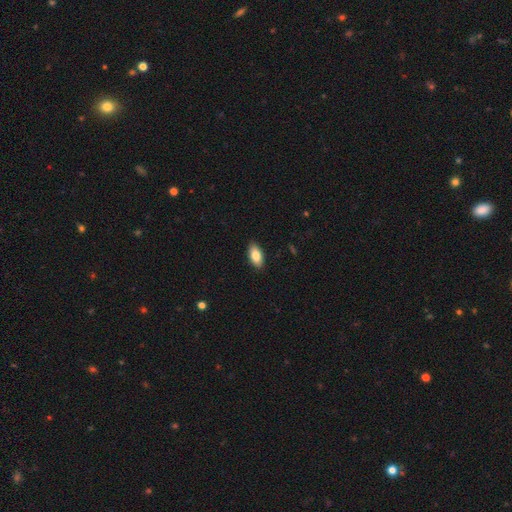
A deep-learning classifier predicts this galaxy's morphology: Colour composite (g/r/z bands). It shows a smooth galaxy with no disk features (82%) that is in between round and cigar-shaped (92%). Merging: none (90%).